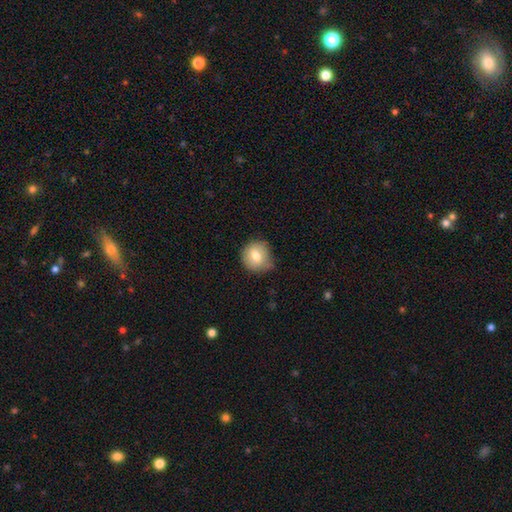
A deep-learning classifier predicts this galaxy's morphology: type=smooth (78%); roundness=round (87%); merging=none (64%).